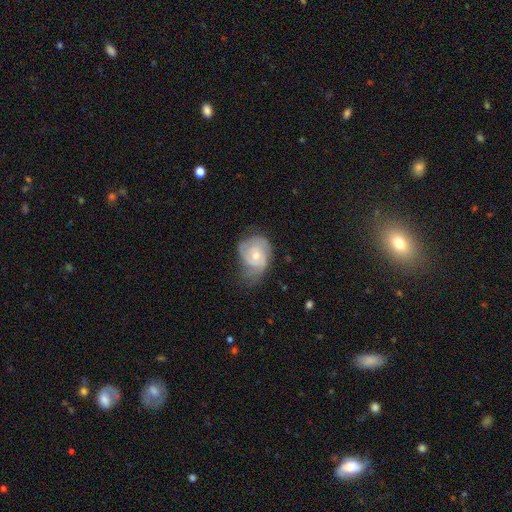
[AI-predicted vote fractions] Smooth or featured? featured or disk (67%)
Edge-on disk? no (97%)
Bar? no (70%)
Spiral arms? yes (87%)
Spiral winding? tight (50%)
Spiral arm count? 2 (46%)
Bulge size? moderate (54%)
Merging? none (42%)